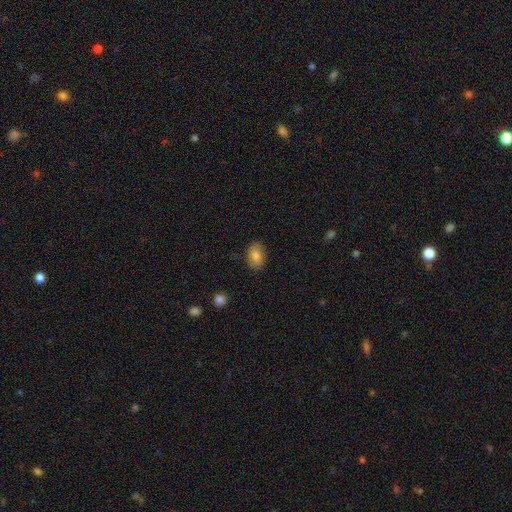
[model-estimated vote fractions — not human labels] Smooth or featured? smooth (82%)
How rounded? in between (87%)
Merging? none (85%)